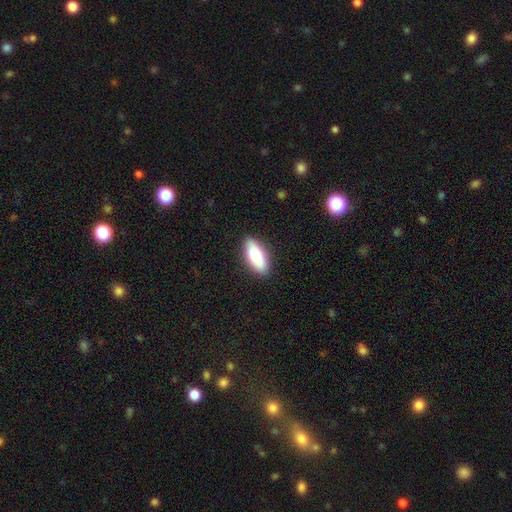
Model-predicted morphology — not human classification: The model was most divided on "how rounded": in between: 77%, cigar-shaped: 21%, round: 2%. More confident: merging — none (88%); smooth or featured — smooth (85%).